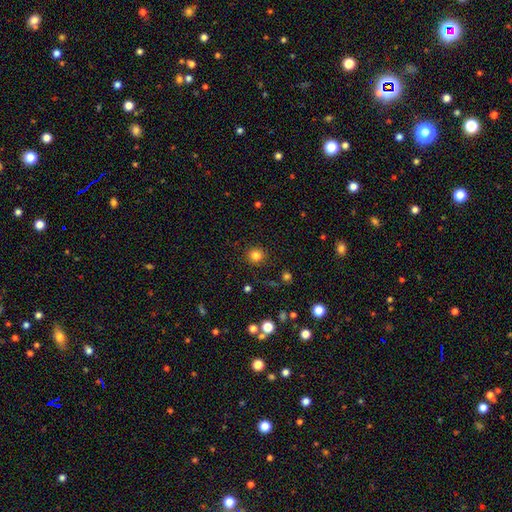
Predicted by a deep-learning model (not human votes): Smooth or featured? Predicted: smooth (p=0.81). How rounded? Predicted: round (p=0.91). Merging? Predicted: none (p=0.89).